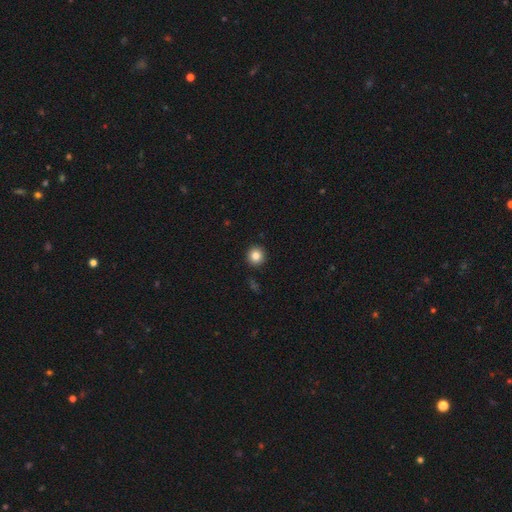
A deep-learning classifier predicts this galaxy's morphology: type=smooth (84%); roundness=round (94%); merging=none (92%).